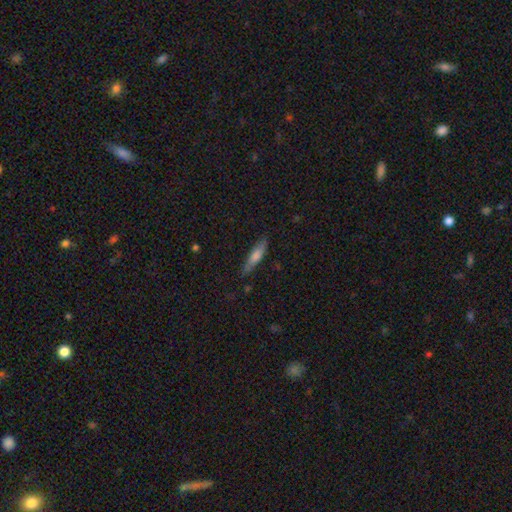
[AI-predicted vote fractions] Smooth or featured? smooth (63%)
How rounded? cigar-shaped (80%)
Merging? none (78%)